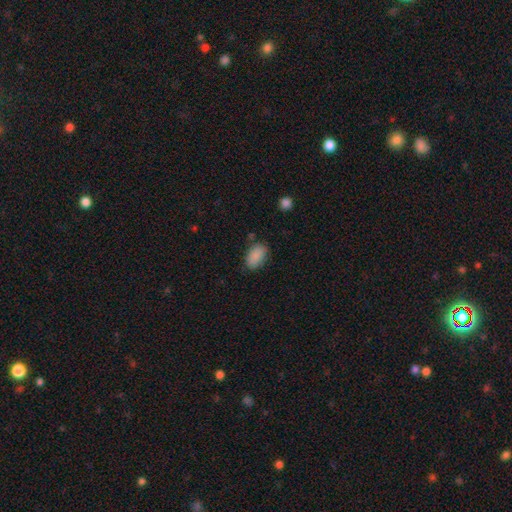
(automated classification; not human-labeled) smooth_or_featured: smooth (p=0.88) [alt: star or artifact p=0.08]
how_rounded: in between (p=0.92) [alt: round p=0.06]
merging: none (p=0.77) [alt: minor disturbance p=0.17]